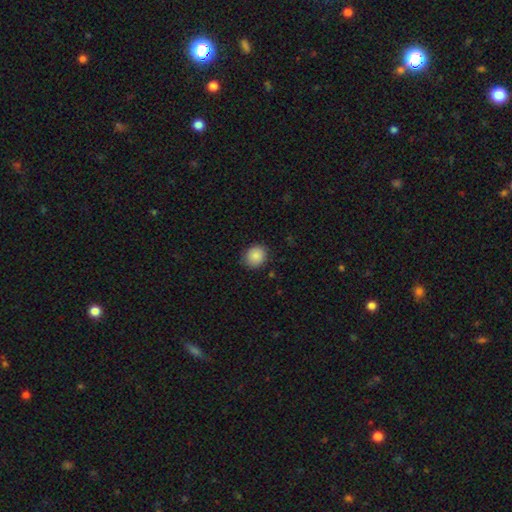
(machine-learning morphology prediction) smooth 86%, star or artifact 9%, featured or disk 5%. Down the decision tree: how rounded — round (83%); merging — none (85%).